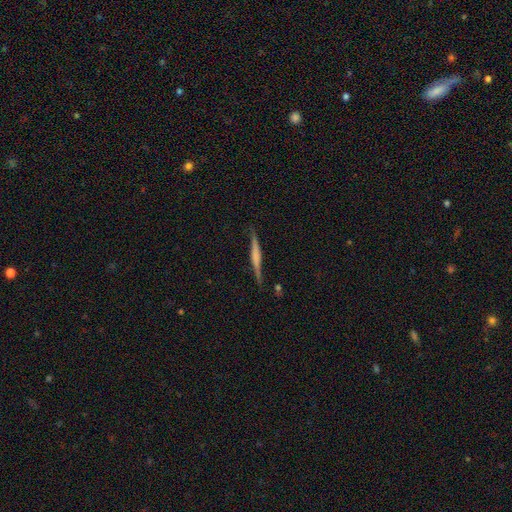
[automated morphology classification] A featured or disk galaxy (59%) viewed edge-on (97%) with no central bulge (37%).

Vote fractions:
- Smooth or featured? featured or disk: 59% / smooth: 35% / star or artifact: 6%
- Edge-on disk? yes: 97% / no: 3%
- Edge-on bulge? none: 37% / rounded: 33% / boxy: 30%
- Merging? none: 82% / minor disturbance: 13% / major disturbance: 3% / merger: 2%